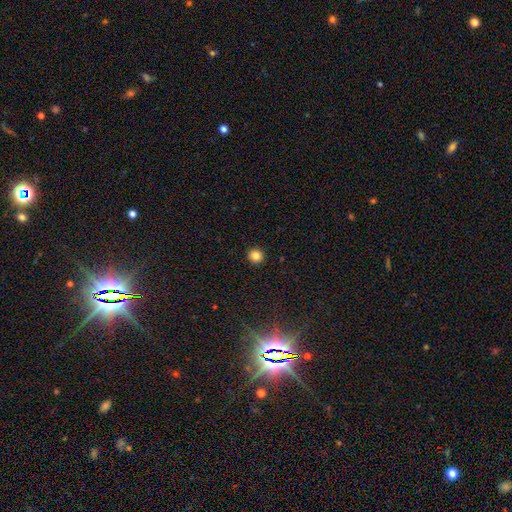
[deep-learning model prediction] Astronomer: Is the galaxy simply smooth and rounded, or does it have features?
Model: smooth — 83%.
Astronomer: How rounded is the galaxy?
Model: round — 94%.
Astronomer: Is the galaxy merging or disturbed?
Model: none — 93%.